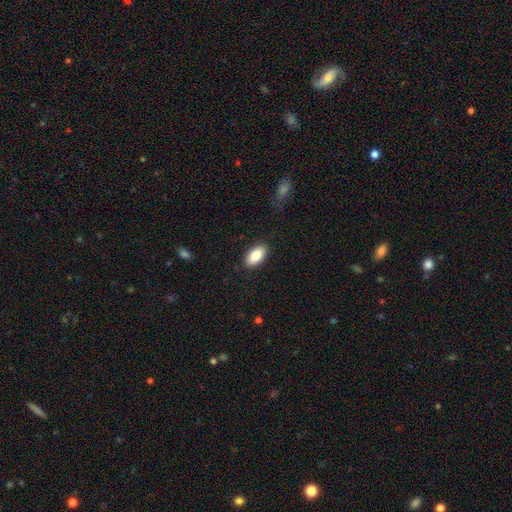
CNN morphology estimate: smooth-or-featured: smooth: 83% | featured or disk: 10% | star or artifact: 7%
  how-rounded: in between: 92% | cigar-shaped: 5% | round: 3%
  merging: none: 88% | minor disturbance: 8% | major disturbance: 2% | merger: 1%